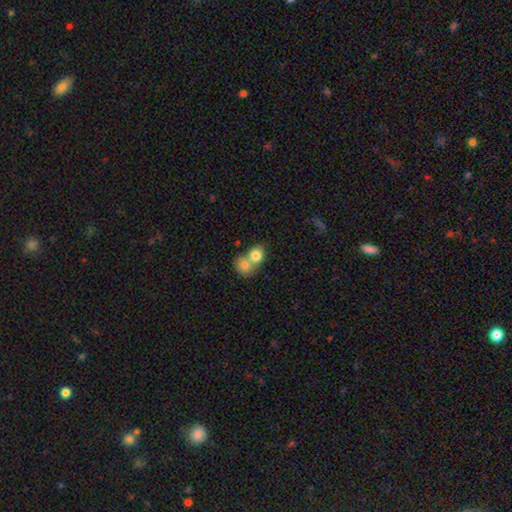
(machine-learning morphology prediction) Smooth or featured?
  - smooth: 79% *
  - featured or disk: 13%
  - star or artifact: 8%
How rounded?
  - round: 68% *
  - in between: 31%
  - cigar-shaped: 1%
Merging?
  - merger: 68% *
  - none: 25%
  - minor disturbance: 5%
  - major disturbance: 2%